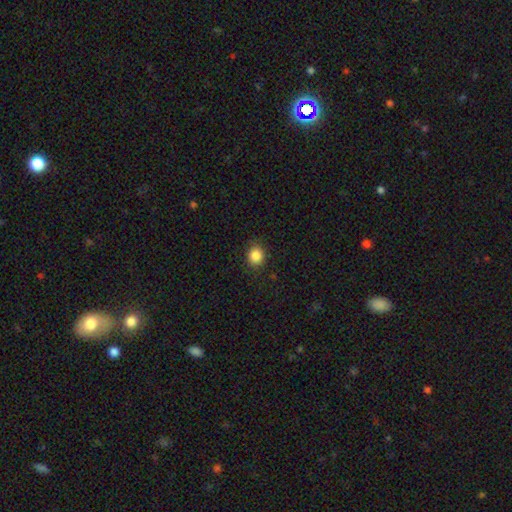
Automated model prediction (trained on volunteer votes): smooth_or_featured: smooth (p=0.86) [alt: star or artifact p=0.10]
how_rounded: round (p=0.77) [alt: in between p=0.22]
merging: none (p=0.86) [alt: minor disturbance p=0.10]